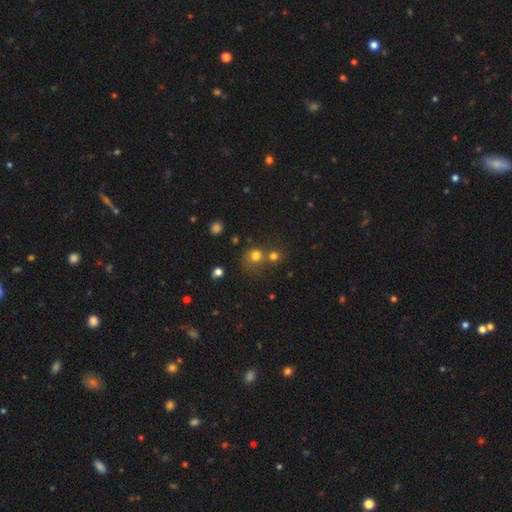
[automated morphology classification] smooth 73%, star or artifact 17%, featured or disk 11%. Down the decision tree: how rounded — round (83%); merging — none (42%).